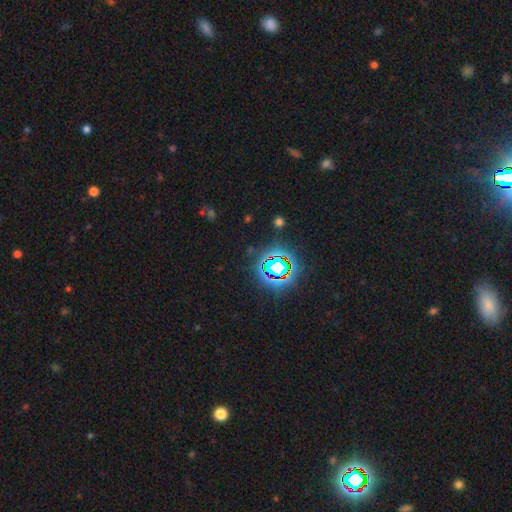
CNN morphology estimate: Smooth or featured?
  - star or artifact: 79% *
  - smooth: 13%
  - featured or disk: 8%